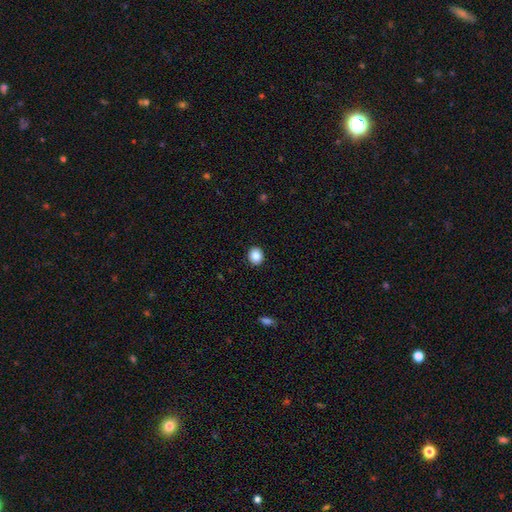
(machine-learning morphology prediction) Smooth or featured? Predicted: smooth (p=0.88). How rounded? Predicted: round (p=0.80). Merging? Predicted: none (p=0.92).